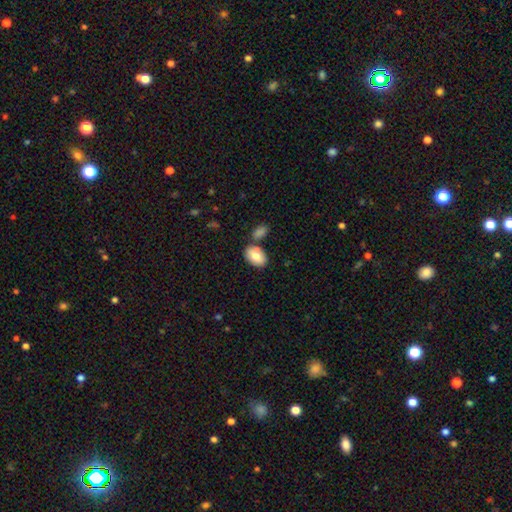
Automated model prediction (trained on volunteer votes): Smooth or featured: smooth — 78% (featured or disk — 16%)
How rounded: in between — 89% (round — 10%)
Merging: none — 65% (merger — 19%)